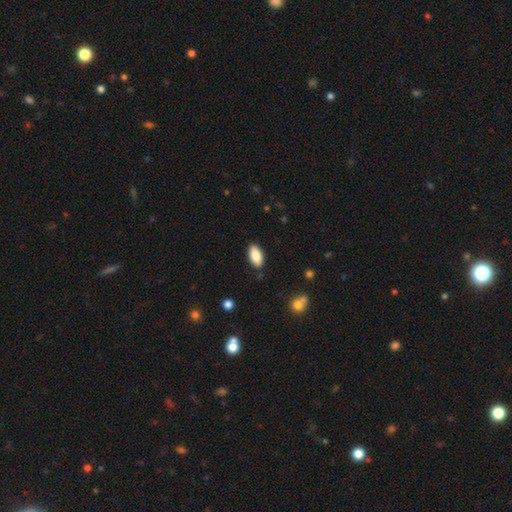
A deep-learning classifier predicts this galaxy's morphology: Smooth or featured?
  - smooth: 85% *
  - featured or disk: 8%
  - star or artifact: 7%
How rounded?
  - in between: 92% *
  - cigar-shaped: 6%
  - round: 2%
Merging?
  - none: 88% *
  - minor disturbance: 9%
  - major disturbance: 2%
  - merger: 1%